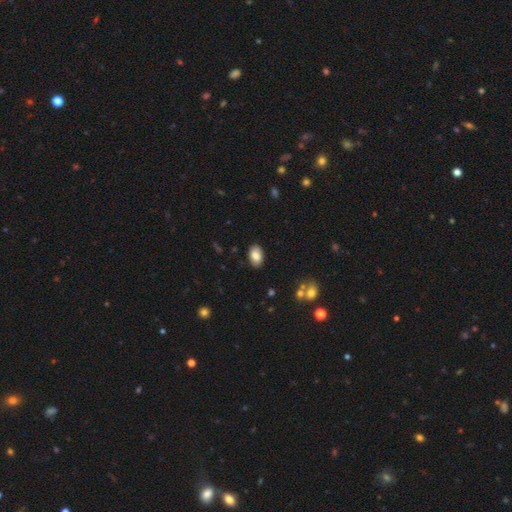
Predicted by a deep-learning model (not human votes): Q: Smooth or featured?
A: smooth (84%); runner-up: featured or disk (8%)
Q: How rounded?
A: in between (92%); runner-up: round (7%)
Q: Merging?
A: none (87%); runner-up: minor disturbance (9%)